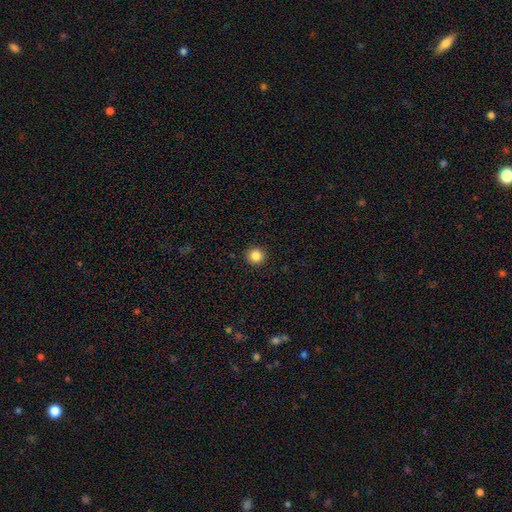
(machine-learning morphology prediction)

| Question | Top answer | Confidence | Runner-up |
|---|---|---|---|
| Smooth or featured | smooth | 86% | star or artifact (11%) |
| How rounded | round | 95% | in between (4%) |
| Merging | none | 93% | minor disturbance (5%) |